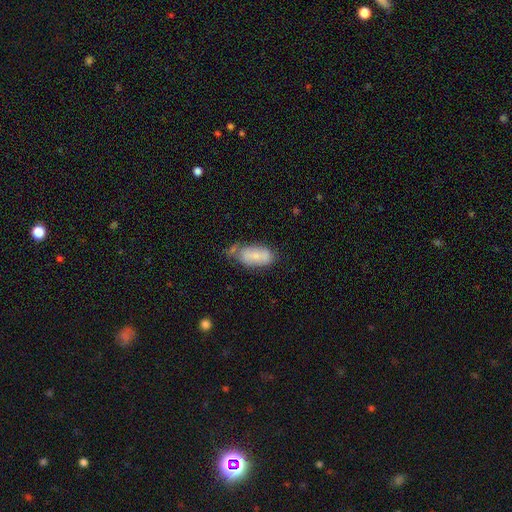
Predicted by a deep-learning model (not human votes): Overall: smooth (66%; featured or disk 26%). How rounded: in between (91%). Merging: none (44%; minor disturbance 29%).